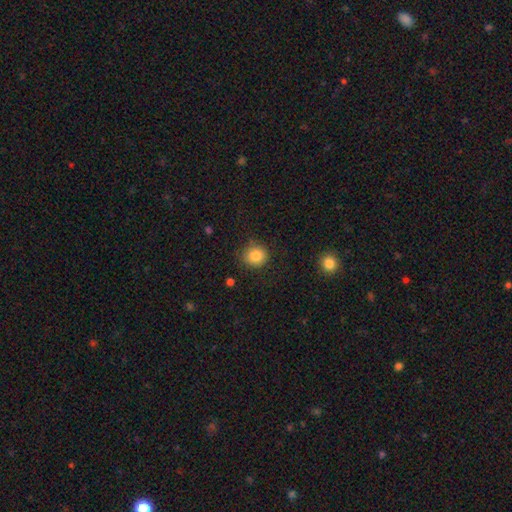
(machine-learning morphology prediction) This is clearly a smooth galaxy (86%). How rounded: clearly round (87%). Merging: clearly none (84%).